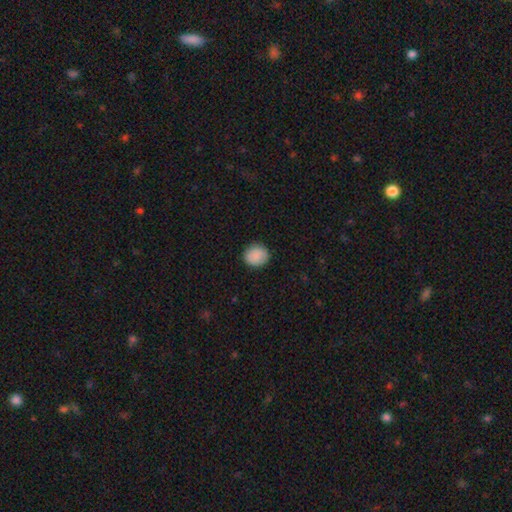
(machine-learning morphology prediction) A smooth galaxy with no disk features (89%) that is round (85%). Merging: none (90%).